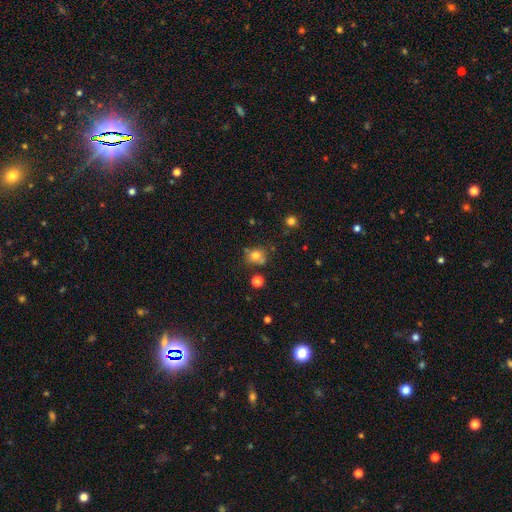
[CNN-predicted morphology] smooth-or-featured: smooth: 75% | star or artifact: 15% | featured or disk: 11%
  how-rounded: round: 76% | in between: 23% | cigar-shaped: 1%
  merging: none: 65% | minor disturbance: 16% | merger: 14% | major disturbance: 5%